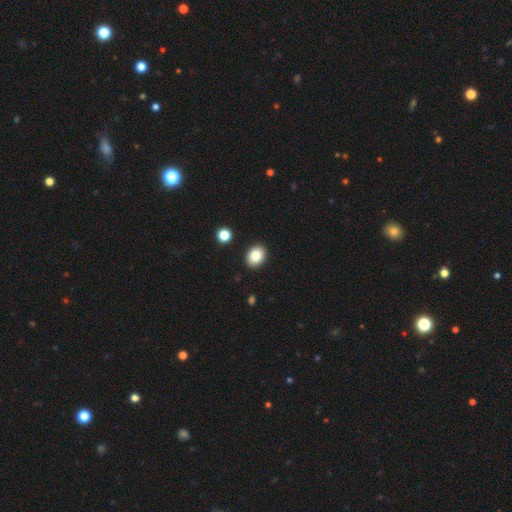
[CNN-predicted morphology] smooth 83%, star or artifact 9%, featured or disk 8%. Down the decision tree: how rounded — in between (61%); merging — none (90%).